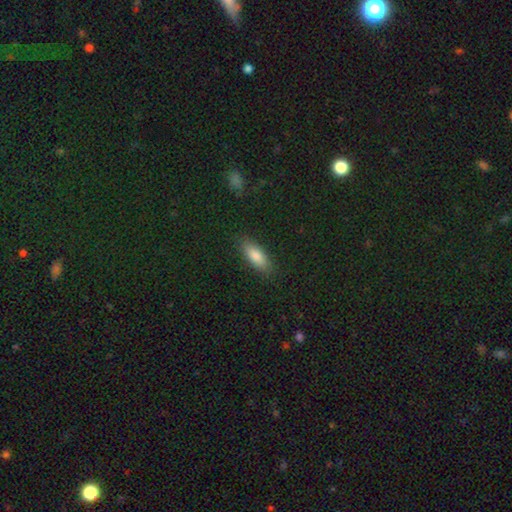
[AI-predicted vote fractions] Smooth or featured? smooth (84%)
How rounded? in between (68%)
Merging? none (86%)